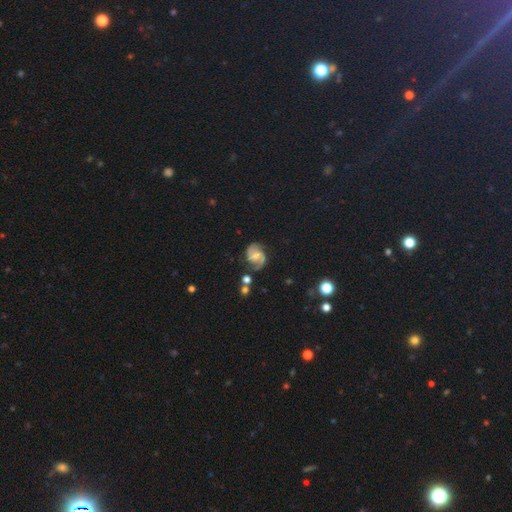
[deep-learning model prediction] Q: Smooth or featured?
A: featured or disk (86%); runner-up: smooth (8%)
Q: Edge-on disk?
A: no (98%); runner-up: yes (2%)
Q: Bar?
A: weak (45%); runner-up: no (44%)
Q: Spiral arms?
A: yes (97%); runner-up: no (3%)
Q: Spiral winding?
A: medium (57%); runner-up: loose (23%)
Q: Spiral arm count?
A: 2 (93%); runner-up: can't tell (2%)
Q: Bulge size?
A: moderate (48%); runner-up: small (40%)
Q: Merging?
A: none (77%); runner-up: minor disturbance (15%)